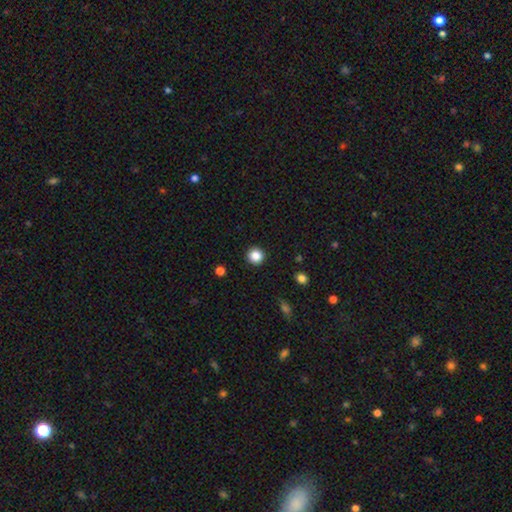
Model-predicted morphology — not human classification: Smooth or featured: smooth — 86% (star or artifact — 11%)
How rounded: round — 94% (in between — 5%)
Merging: none — 93% (minor disturbance — 5%)